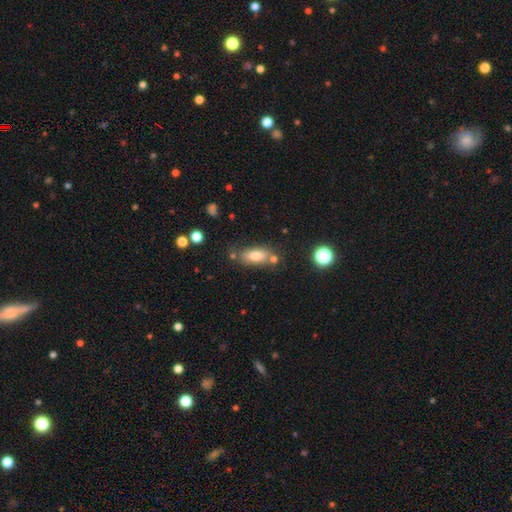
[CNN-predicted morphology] Smooth or featured: smooth — 76% (featured or disk — 13%)
How rounded: in between — 81% (cigar-shaped — 14%)
Merging: none — 67% (minor disturbance — 15%)